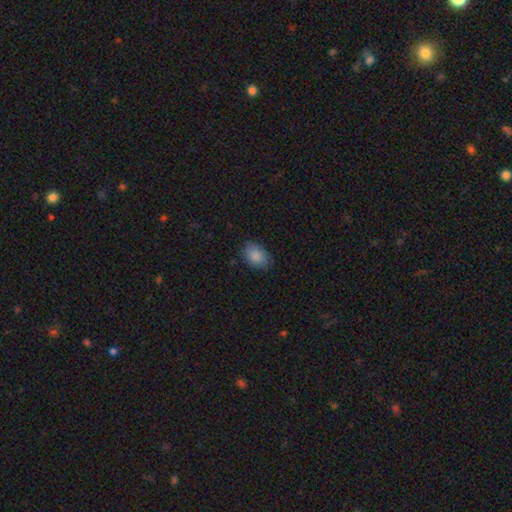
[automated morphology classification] Smooth or featured: smooth — 87% (star or artifact — 7%)
How rounded: in between — 82% (round — 17%)
Merging: none — 78% (minor disturbance — 18%)